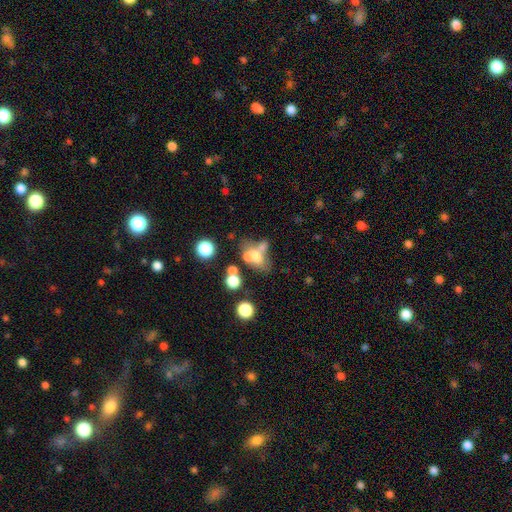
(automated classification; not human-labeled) Smooth or featured? smooth (52%)
How rounded? in between (61%)
Merging? merger (51%)